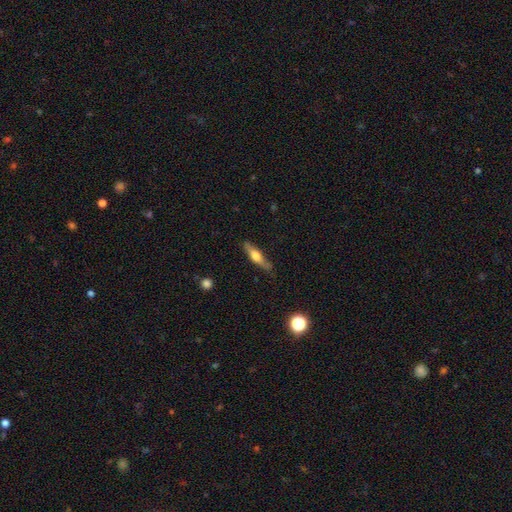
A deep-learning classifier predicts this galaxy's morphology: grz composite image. It shows a featured or disk galaxy (48%). Merging: none (79%).